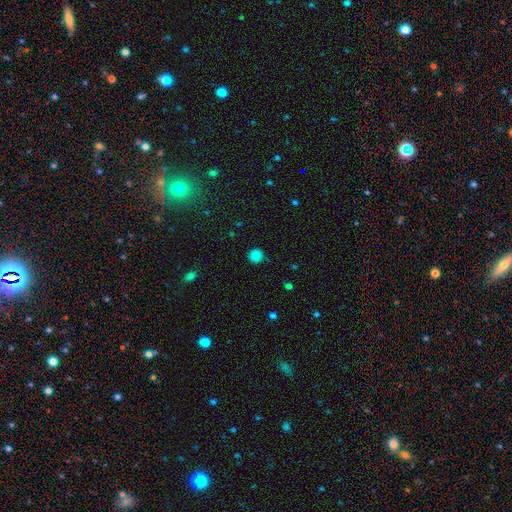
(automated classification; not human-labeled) Smooth or featured? Predicted: smooth (p=0.83). How rounded? Predicted: round (p=0.92). Merging? Predicted: none (p=0.84).